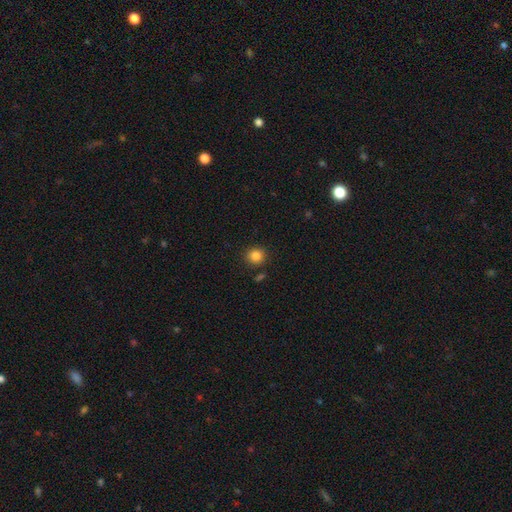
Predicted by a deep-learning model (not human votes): Smooth or featured? smooth (85%)
How rounded? round (89%)
Merging? none (87%)